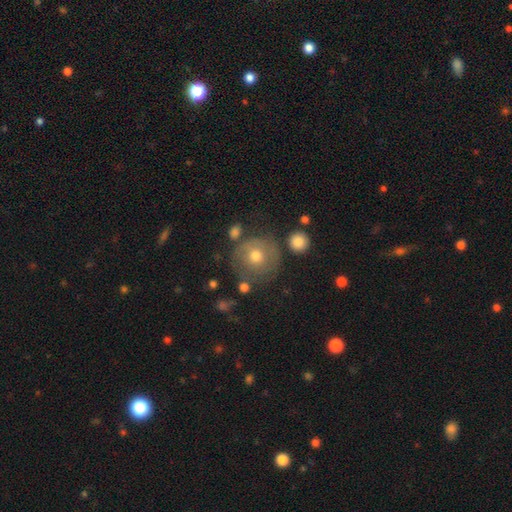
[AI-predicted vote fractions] The model was most divided on "smooth or featured": smooth: 63%, featured or disk: 26%, star or artifact: 11%. More confident: how rounded — round (92%); merging — none (66%).